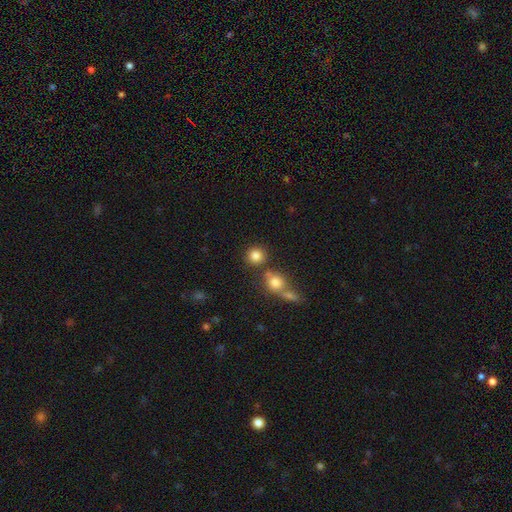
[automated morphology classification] Q: Smooth or featured?
A: smooth (82%); runner-up: star or artifact (11%)
Q: How rounded?
A: round (90%); runner-up: in between (9%)
Q: Merging?
A: none (74%); runner-up: merger (15%)